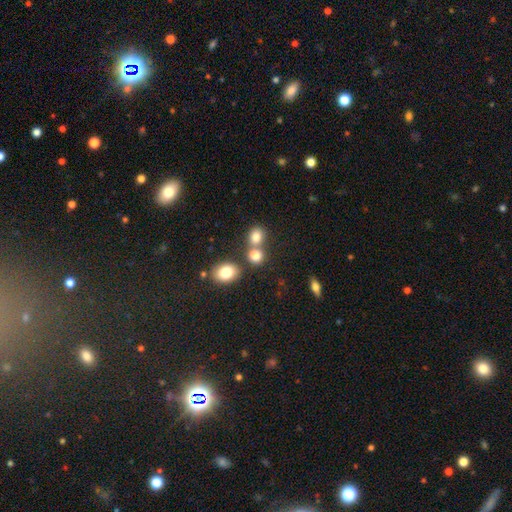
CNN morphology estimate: The model was most divided on "merging": none: 55%, merger: 33%, minor disturbance: 8%, major disturbance: 4%. More confident: smooth or featured — smooth (80%); how rounded — round (67%).